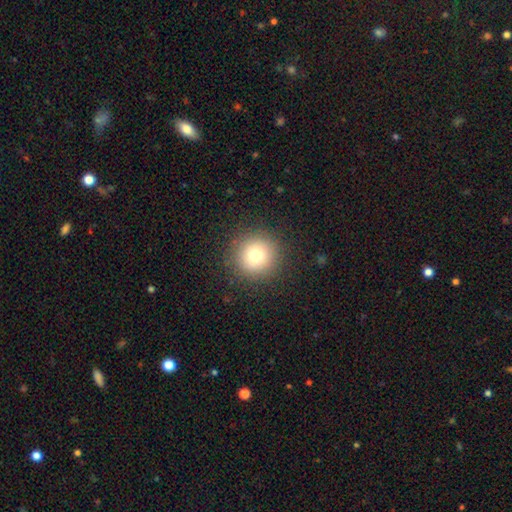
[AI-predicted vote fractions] This appears to be a smooth galaxy with no disk features (77%) that is round (95%). Merging: none (90%).